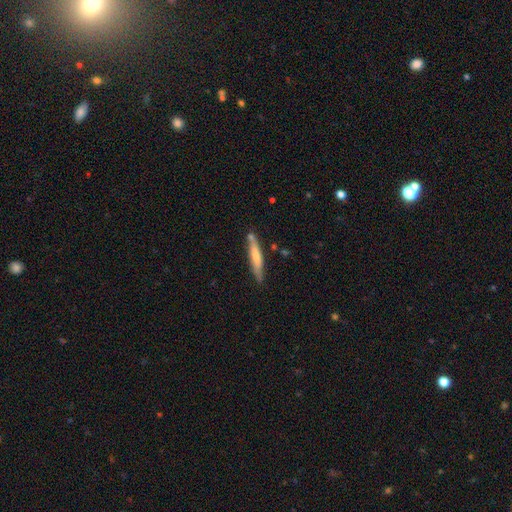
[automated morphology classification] type=featured or disk (50%); merging=none (84%).